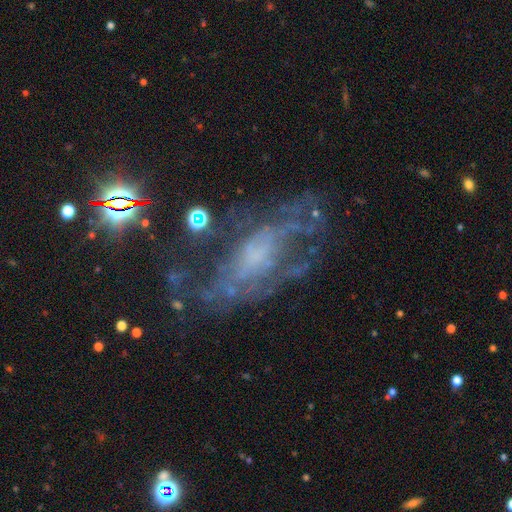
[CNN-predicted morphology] type=featured or disk (70%); edge-on=no (90%); bar=no (69%); spiral arms=yes (60%); bulge=none (37%); merging=none (53%).